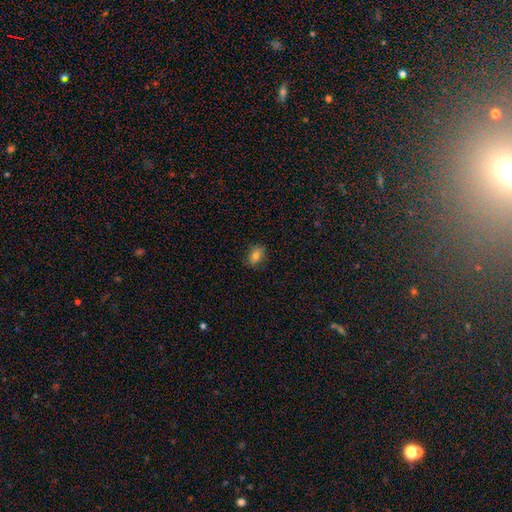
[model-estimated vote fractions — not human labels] Q: Smooth or featured?
A: smooth (77%); runner-up: featured or disk (13%)
Q: How rounded?
A: in between (77%); runner-up: round (20%)
Q: Merging?
A: none (82%); runner-up: minor disturbance (14%)